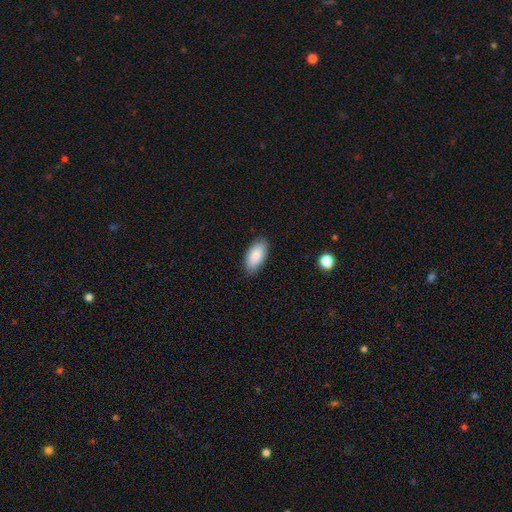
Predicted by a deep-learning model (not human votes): Q: Smooth or featured?
A: smooth (86%); runner-up: featured or disk (8%)
Q: How rounded?
A: in between (94%); runner-up: cigar-shaped (4%)
Q: Merging?
A: none (87%); runner-up: minor disturbance (10%)